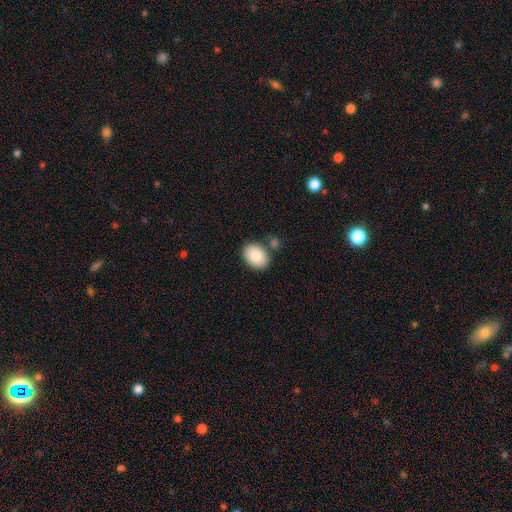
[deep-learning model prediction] This is clearly a smooth galaxy (84%). How rounded: likely in between (71%). Merging: likely none (77%).